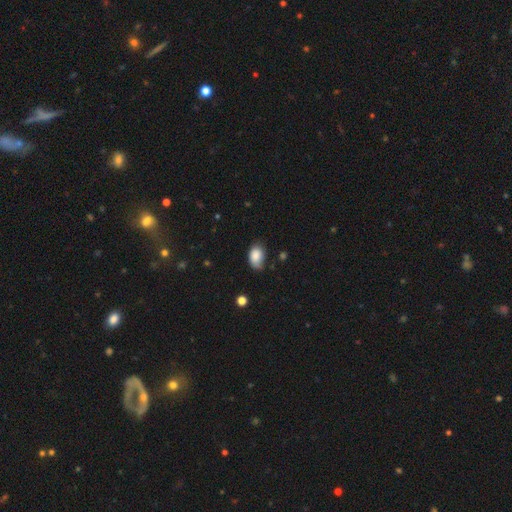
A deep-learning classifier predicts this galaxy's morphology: Overall: smooth (86%). How rounded: in between (88%). Merging: none (63%; minor disturbance 30%).